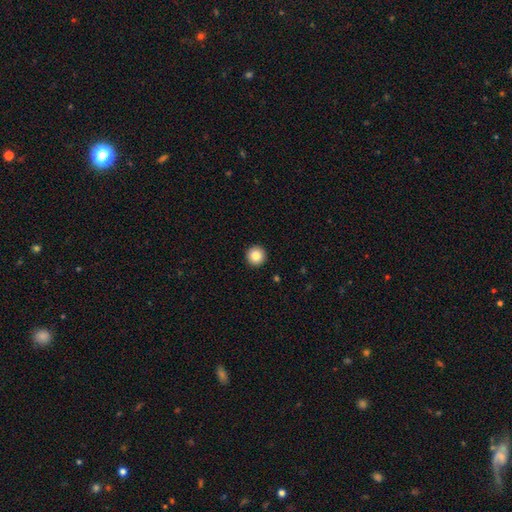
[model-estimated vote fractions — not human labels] This appears to be a smooth galaxy with no disk features (84%) that is round (96%). Merging: none (94%).